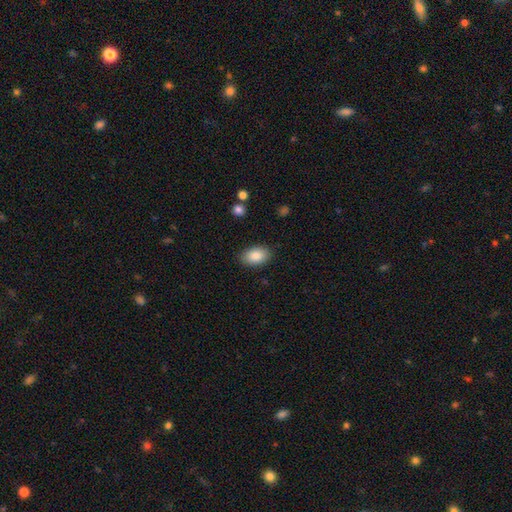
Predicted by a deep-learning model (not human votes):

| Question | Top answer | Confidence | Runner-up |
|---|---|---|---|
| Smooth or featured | smooth | 88% | star or artifact (7%) |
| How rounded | in between | 92% | round (7%) |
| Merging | none | 87% | minor disturbance (9%) |